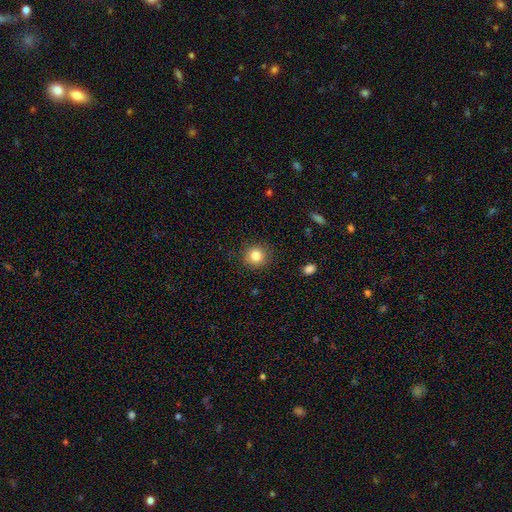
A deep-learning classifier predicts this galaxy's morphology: Smooth or featured?
  - smooth: 83% *
  - star or artifact: 11%
  - featured or disk: 7%
How rounded?
  - round: 92% *
  - in between: 7%
  - cigar-shaped: 1%
Merging?
  - none: 90% *
  - minor disturbance: 7%
  - major disturbance: 2%
  - merger: 1%